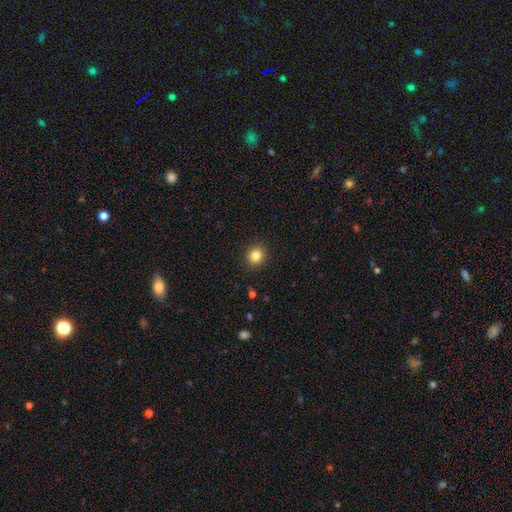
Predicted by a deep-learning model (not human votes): A smooth galaxy with no disk features (84%) that is round (84%). Merging: none (91%).